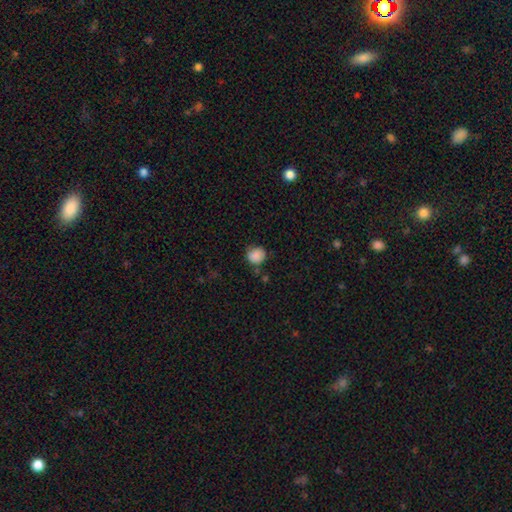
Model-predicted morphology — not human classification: smooth 87%, star or artifact 9%, featured or disk 4%. Down the decision tree: how rounded — round (78%); merging — none (69%).